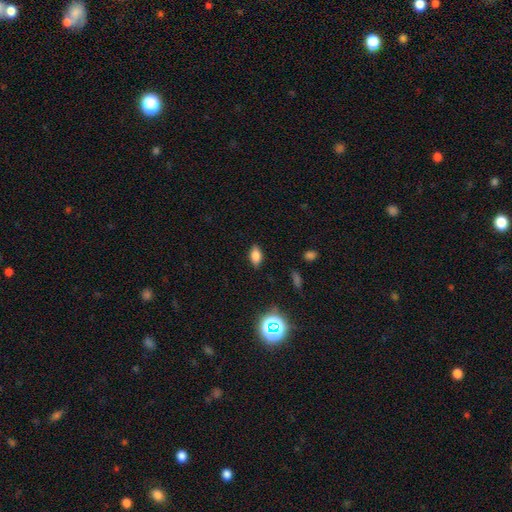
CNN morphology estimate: Smooth or featured? Predicted: smooth (p=0.77). How rounded? Predicted: in between (p=0.88). Merging? Predicted: none (p=0.87).